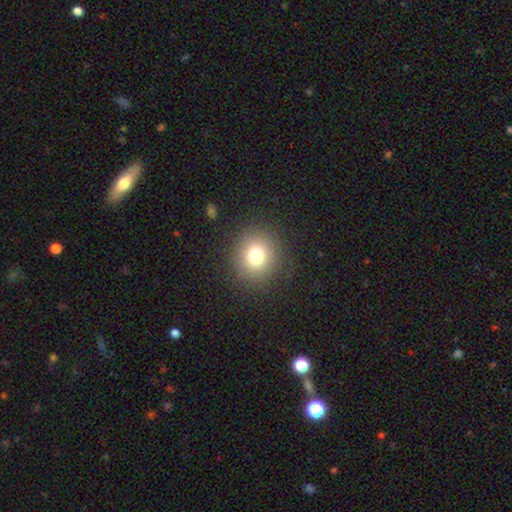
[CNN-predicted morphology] type=smooth (76%); roundness=round (87%); merging=none (88%).